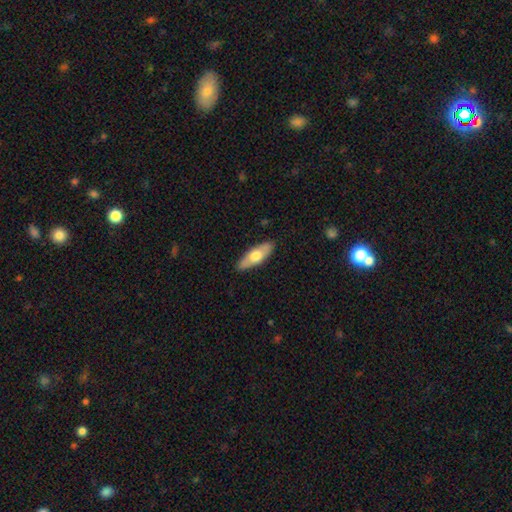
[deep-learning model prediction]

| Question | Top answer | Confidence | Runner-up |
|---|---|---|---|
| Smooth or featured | smooth | 59% | featured or disk (36%) |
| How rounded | in between | 65% | cigar-shaped (33%) |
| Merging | none | 87% | minor disturbance (10%) |